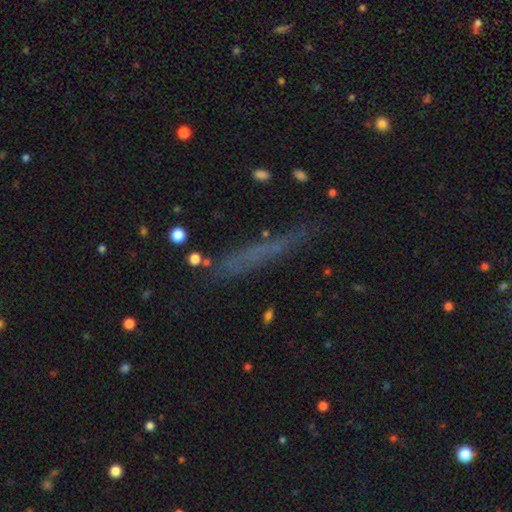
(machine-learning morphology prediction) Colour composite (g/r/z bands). It shows a smooth galaxy with no disk features (53%) that is cigar-shaped (91%). Merging: none (70%).